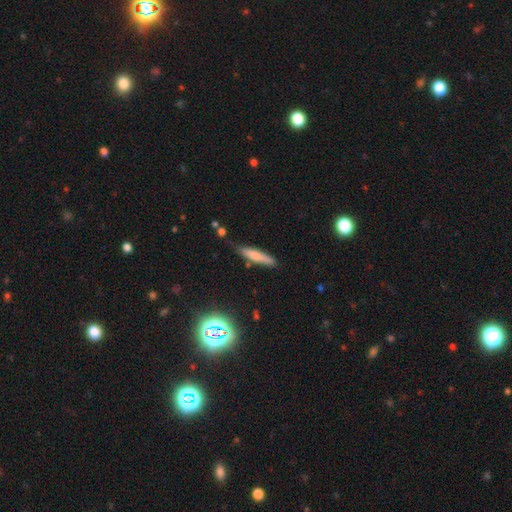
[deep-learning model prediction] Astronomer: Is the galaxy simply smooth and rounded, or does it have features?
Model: smooth — 71%.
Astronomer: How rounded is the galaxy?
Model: cigar-shaped — 83%.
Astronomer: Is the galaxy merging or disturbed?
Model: none — 74%.